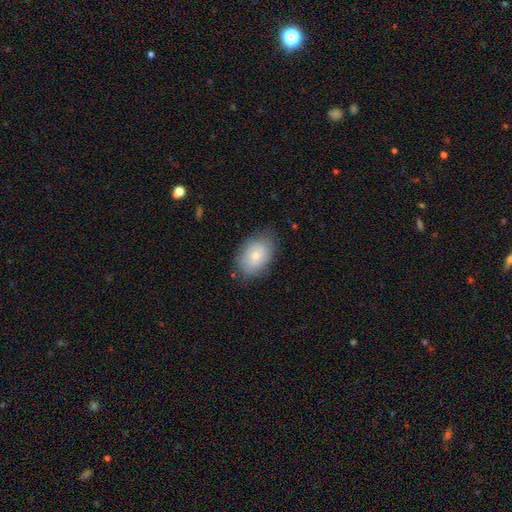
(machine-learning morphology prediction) The model was most divided on "smooth or featured": smooth: 73%, featured or disk: 20%, star or artifact: 7%. More confident: how rounded — in between (82%); merging — none (74%).